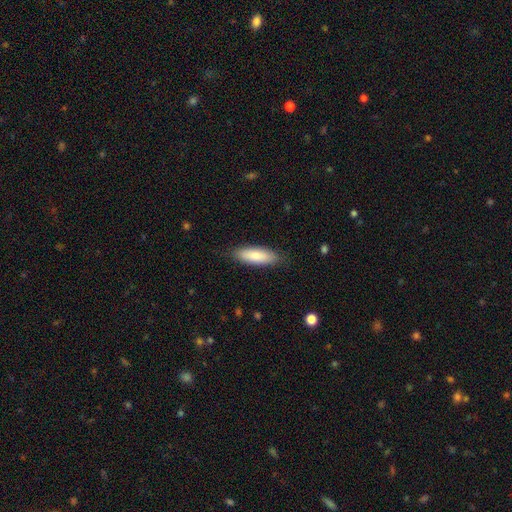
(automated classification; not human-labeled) Smooth or featured: smooth — 83% (featured or disk — 12%)
How rounded: in between — 56% (cigar-shaped — 42%)
Merging: none — 85% (minor disturbance — 12%)